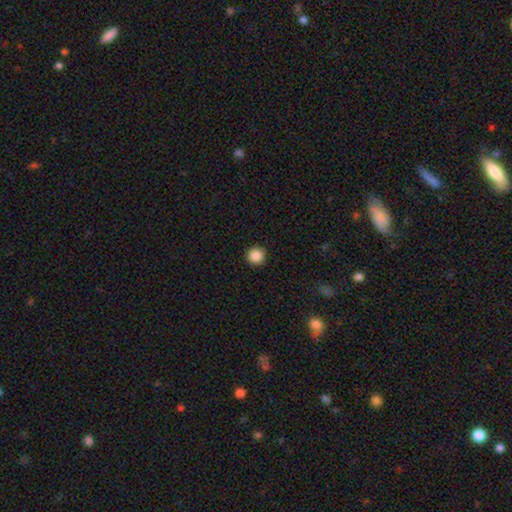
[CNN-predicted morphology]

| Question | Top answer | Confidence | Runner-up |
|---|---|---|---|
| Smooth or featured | smooth | 87% | star or artifact (9%) |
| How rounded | round | 96% | in between (3%) |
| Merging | none | 94% | minor disturbance (4%) |